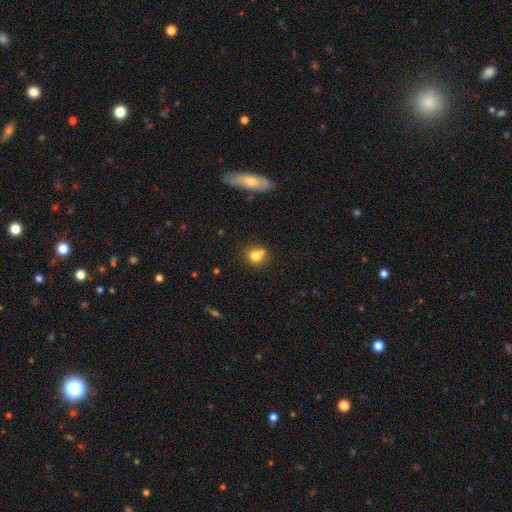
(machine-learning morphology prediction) smooth_or_featured: smooth (p=0.75) [alt: featured or disk p=0.13]
how_rounded: round (p=0.79) [alt: in between p=0.20]
merging: none (p=0.51) [alt: merger p=0.32]